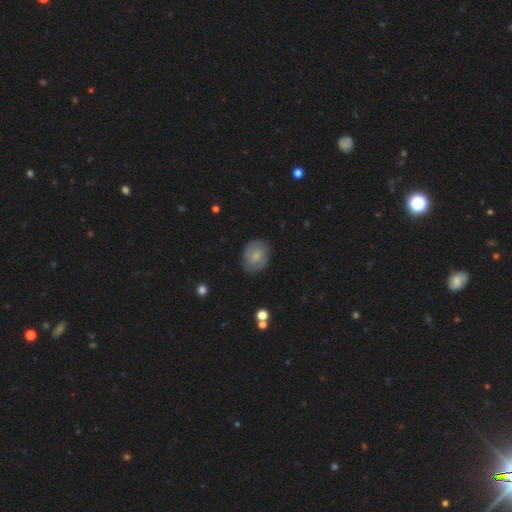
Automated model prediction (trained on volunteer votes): Morphology: type=smooth (55%); roundness=in between (50%); merging=none (76%).